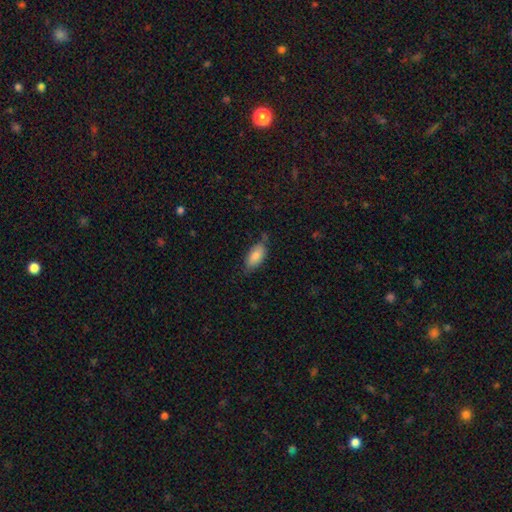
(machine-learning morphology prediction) Smooth or featured: smooth — 84% (featured or disk — 9%)
How rounded: in between — 91% (cigar-shaped — 6%)
Merging: none — 64% (minor disturbance — 27%)